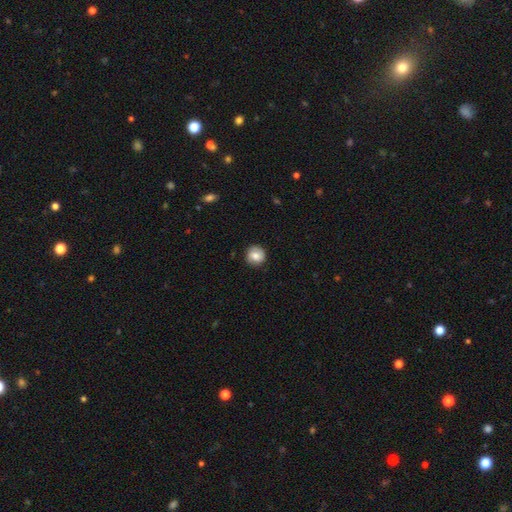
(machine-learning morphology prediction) Overall: smooth (73%). How rounded: round (91%). Merging: none (85%).